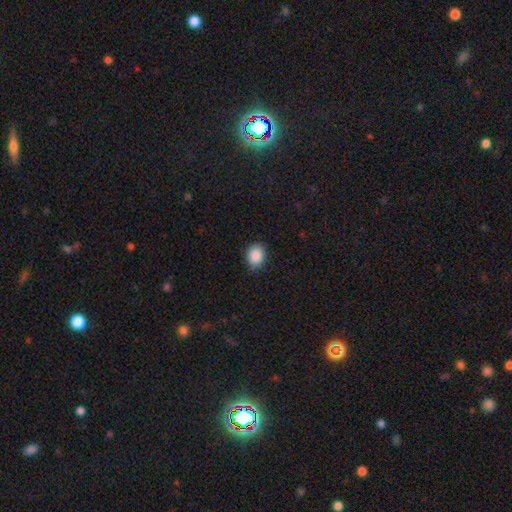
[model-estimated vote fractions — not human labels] smooth_or_featured: smooth (p=0.88) [alt: star or artifact p=0.08]
how_rounded: in between (p=0.54) [alt: round p=0.45]
merging: none (p=0.82) [alt: minor disturbance p=0.14]